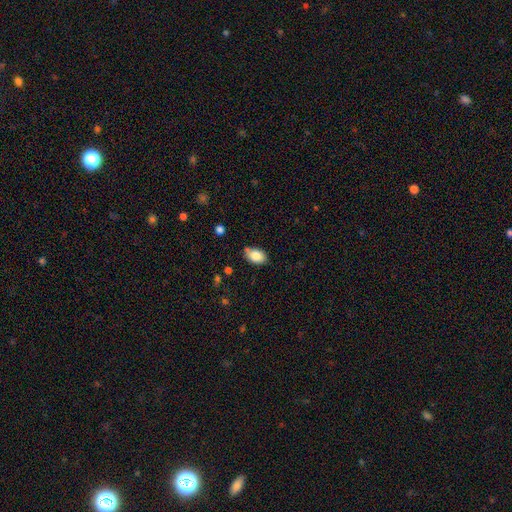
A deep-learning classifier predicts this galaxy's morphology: A smooth galaxy with no disk features (84%) that is in between round and cigar-shaped (88%).

Vote fractions:
- Smooth or featured? smooth: 84% / featured or disk: 8% / star or artifact: 8%
- How rounded? in between: 88% / round: 11% / cigar-shaped: 1%
- Merging? none: 76% / minor disturbance: 17% / merger: 4% / major disturbance: 3%